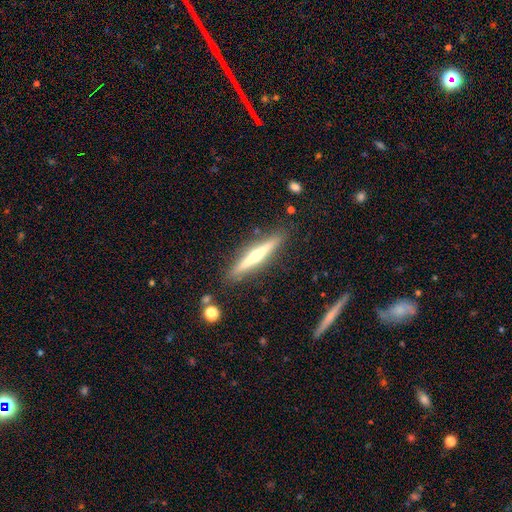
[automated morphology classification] featured or disk 70%, smooth 25%, star or artifact 6%. Down the decision tree: edge-on disk — yes (97%); edge-on bulge — rounded (86%); merging — none (89%).